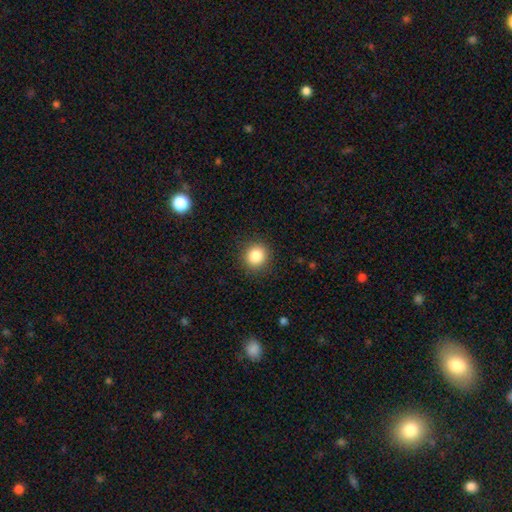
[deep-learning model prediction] Smooth or featured: smooth — 85% (star or artifact — 10%)
How rounded: round — 89% (in between — 10%)
Merging: none — 90% (minor disturbance — 7%)